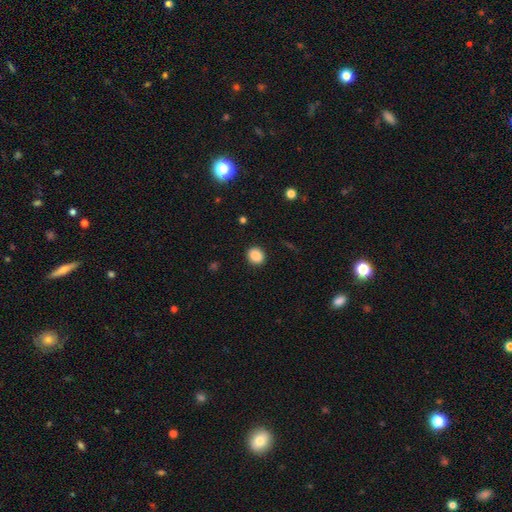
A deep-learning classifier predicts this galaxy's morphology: Smooth or featured: smooth — 88% (star or artifact — 9%)
How rounded: round — 72% (in between — 27%)
Merging: none — 90% (minor disturbance — 6%)